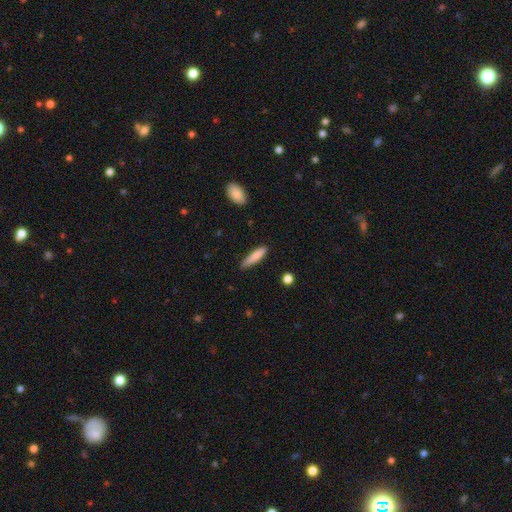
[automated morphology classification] Smooth or featured? smooth (82%)
How rounded? cigar-shaped (80%)
Merging? none (77%)